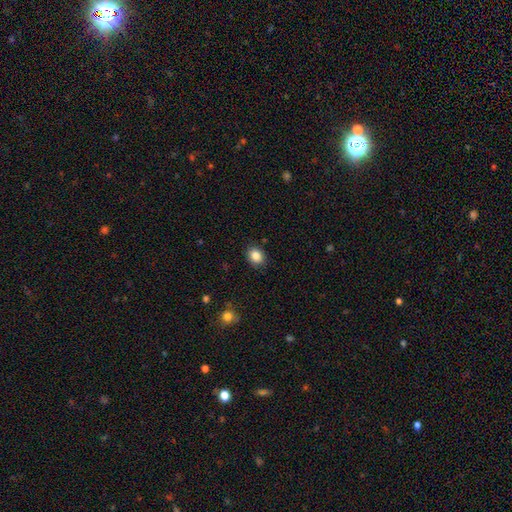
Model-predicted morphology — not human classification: Overall: smooth (86%). How rounded: in between (51%; round 48%). Merging: none (87%).